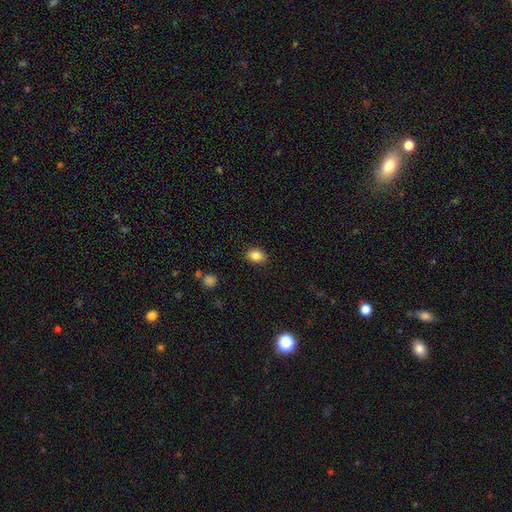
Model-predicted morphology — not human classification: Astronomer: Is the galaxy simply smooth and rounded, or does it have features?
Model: smooth — 85%.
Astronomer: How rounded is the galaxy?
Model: in between — 68%.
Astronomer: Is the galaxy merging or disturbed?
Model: none — 87%.